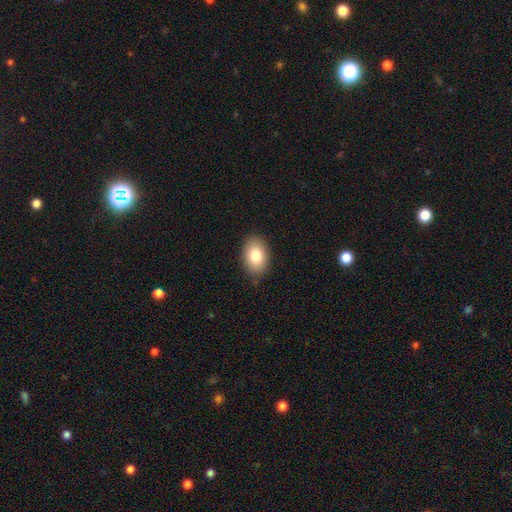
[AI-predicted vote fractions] Smooth or featured? Predicted: smooth (p=0.82). How rounded? Predicted: in between (p=0.85). Merging? Predicted: none (p=0.83).